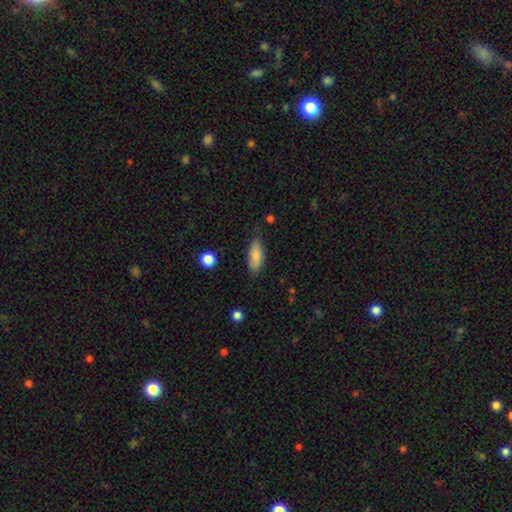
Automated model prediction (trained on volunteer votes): Q: Smooth or featured?
A: smooth (83%); runner-up: featured or disk (10%)
Q: How rounded?
A: in between (73%); runner-up: cigar-shaped (24%)
Q: Merging?
A: none (79%); runner-up: minor disturbance (16%)